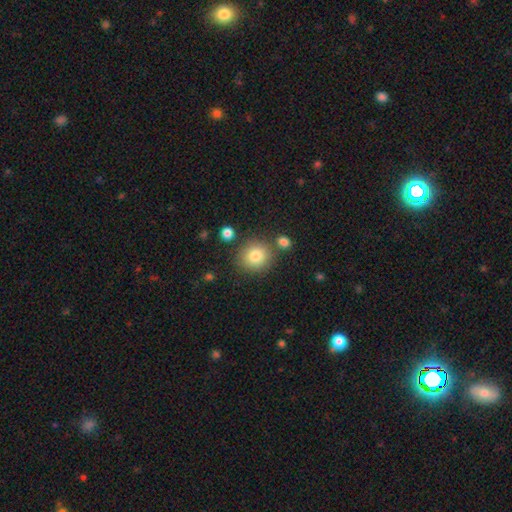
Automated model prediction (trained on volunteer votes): Smooth or featured? smooth (82%)
How rounded? round (86%)
Merging? none (78%)